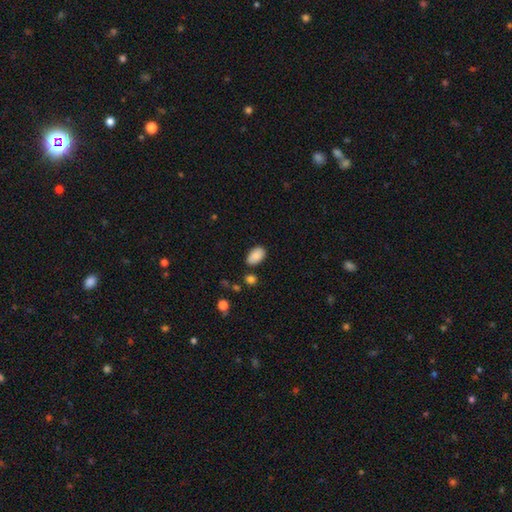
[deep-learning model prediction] Smooth or featured: smooth — 89% (star or artifact — 7%)
How rounded: in between — 94% (round — 5%)
Merging: none — 81% (minor disturbance — 12%)